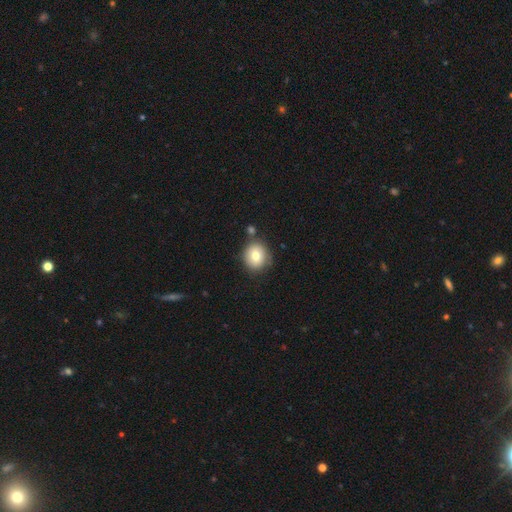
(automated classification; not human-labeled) Smooth or featured?
  - smooth: 77% *
  - featured or disk: 14%
  - star or artifact: 9%
How rounded?
  - round: 83% *
  - in between: 16%
  - cigar-shaped: 1%
Merging?
  - none: 74% *
  - minor disturbance: 13%
  - merger: 10%
  - major disturbance: 3%